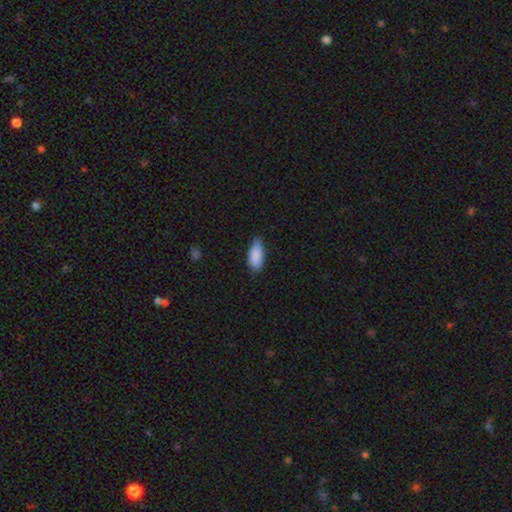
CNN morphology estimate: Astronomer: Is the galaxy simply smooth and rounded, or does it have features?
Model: smooth — 89%.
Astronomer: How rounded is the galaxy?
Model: in between — 83%.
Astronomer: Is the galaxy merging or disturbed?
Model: none — 74%.